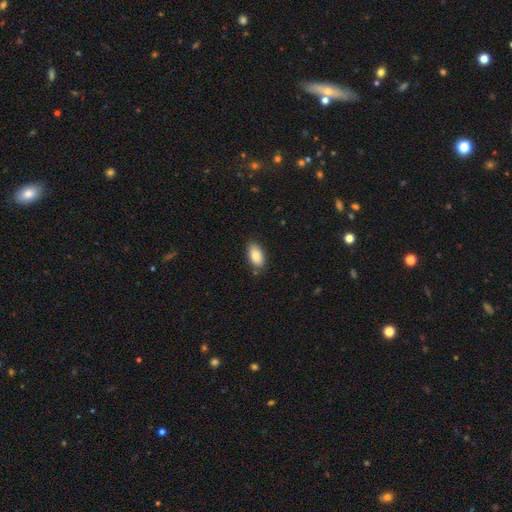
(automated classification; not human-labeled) smooth_or_featured: smooth (p=0.83) [alt: featured or disk p=0.10]
how_rounded: in between (p=0.93) [alt: round p=0.03]
merging: none (p=0.84) [alt: minor disturbance p=0.12]